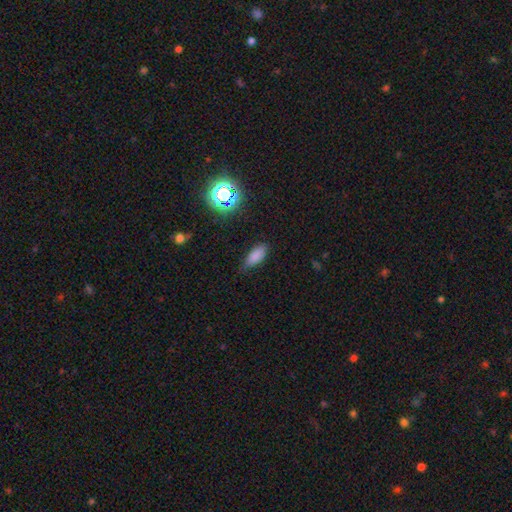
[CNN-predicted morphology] Smooth or featured: smooth — 81% (star or artifact — 13%)
How rounded: in between — 80% (cigar-shaped — 17%)
Merging: none — 76% (minor disturbance — 19%)